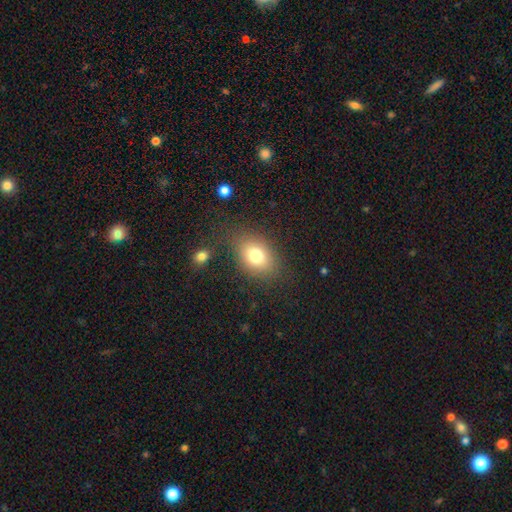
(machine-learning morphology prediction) smooth_or_featured: smooth (p=0.77) [alt: featured or disk p=0.12]
how_rounded: in between (p=0.74) [alt: round p=0.25]
merging: none (p=0.76) [alt: minor disturbance p=0.14]